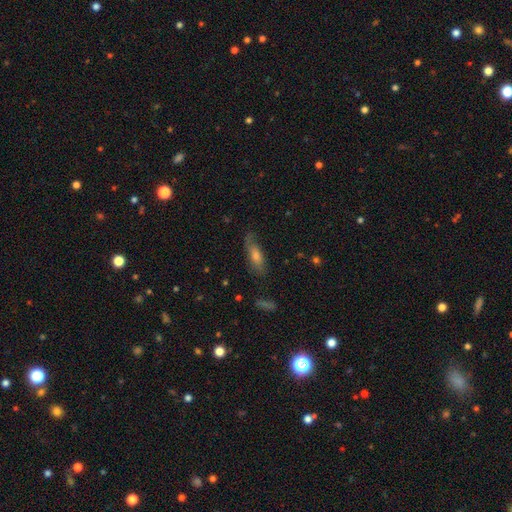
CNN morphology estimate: The model was most divided on "smooth or featured": smooth: 47%, featured or disk: 41%, star or artifact: 12%. More confident: merging — none (65%).